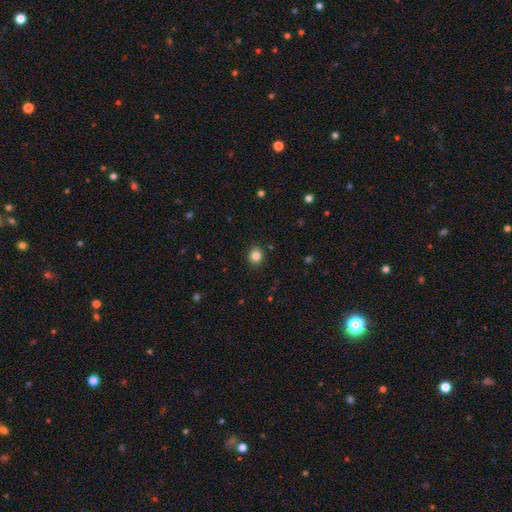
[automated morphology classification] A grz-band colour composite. It shows a smooth galaxy with no disk features (84%) that is round (87%). Merging: none (91%).